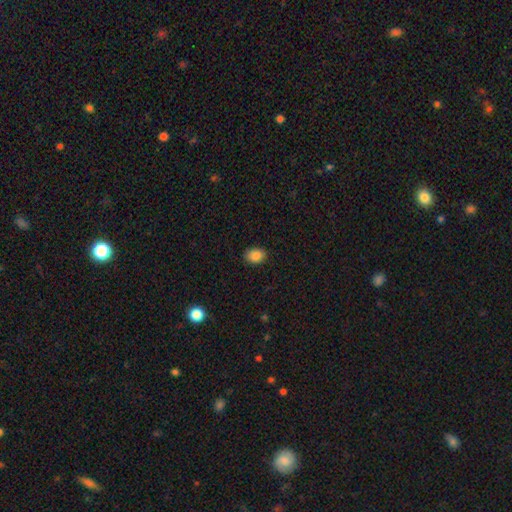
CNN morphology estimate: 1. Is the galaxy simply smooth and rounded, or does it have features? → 86% smooth, 9% star or artifact, 5% featured or disk.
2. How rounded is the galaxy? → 70% in between, 29% round, 1% cigar-shaped.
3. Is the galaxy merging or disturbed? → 86% none, 10% minor disturbance, 2% major disturbance, 1% merger.